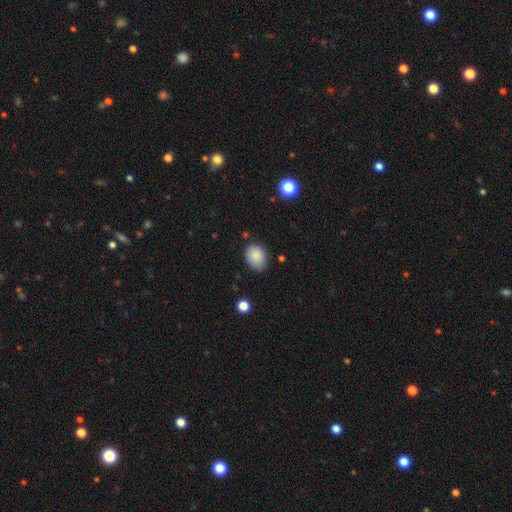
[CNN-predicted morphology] Smooth or featured? Predicted: smooth (p=0.86). How rounded? Predicted: in between (p=0.64). Merging? Predicted: none (p=0.79).